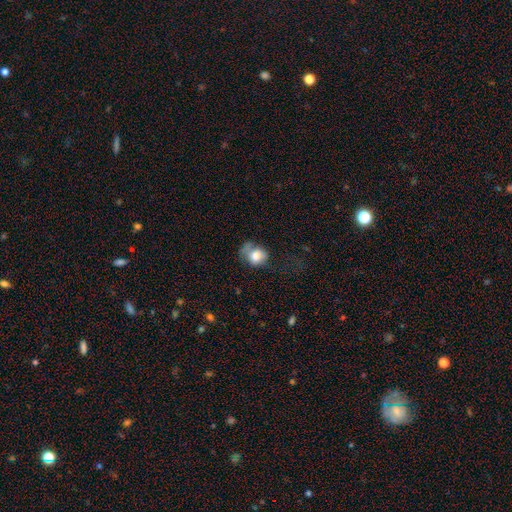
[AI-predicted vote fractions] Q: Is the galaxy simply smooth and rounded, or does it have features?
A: smooth — 73%.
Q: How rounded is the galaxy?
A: round — 51%.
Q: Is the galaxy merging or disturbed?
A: major disturbance — 34%.